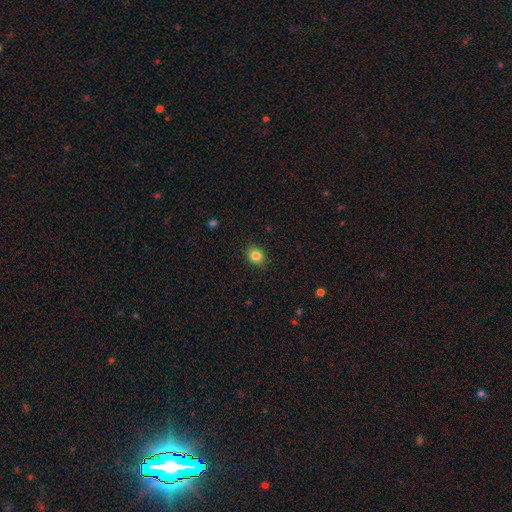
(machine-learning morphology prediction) This appears to be a smooth galaxy with no disk features (85%) that is round (62%). Merging: none (87%).